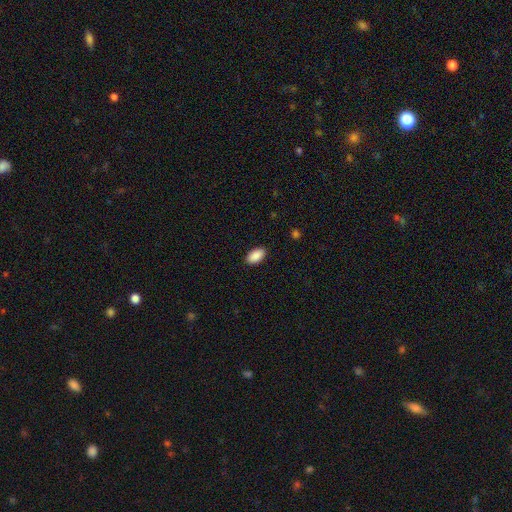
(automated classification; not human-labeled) A smooth galaxy with no disk features (90%) that is in between round and cigar-shaped (95%).

Vote fractions:
- Smooth or featured? smooth: 90% / star or artifact: 7% / featured or disk: 3%
- How rounded? in between: 95% / round: 3% / cigar-shaped: 2%
- Merging? none: 89% / minor disturbance: 8% / major disturbance: 2% / merger: 1%